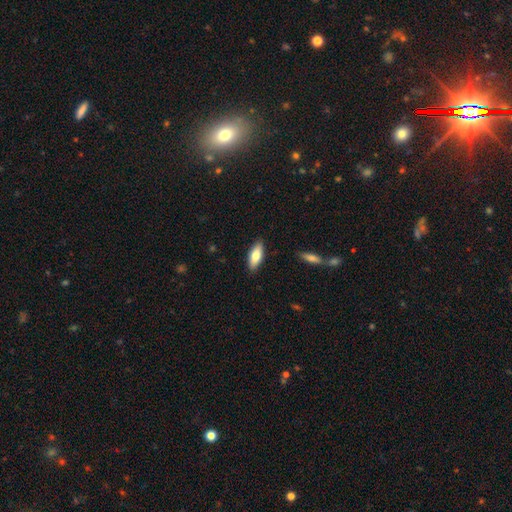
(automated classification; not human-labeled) A smooth galaxy with no disk features (76%) that is in between round and cigar-shaped (75%).

Vote fractions:
- Smooth or featured? smooth: 76% / featured or disk: 18% / star or artifact: 6%
- How rounded? in between: 75% / cigar-shaped: 23% / round: 2%
- Merging? none: 88% / minor disturbance: 9% / major disturbance: 2% / merger: 1%